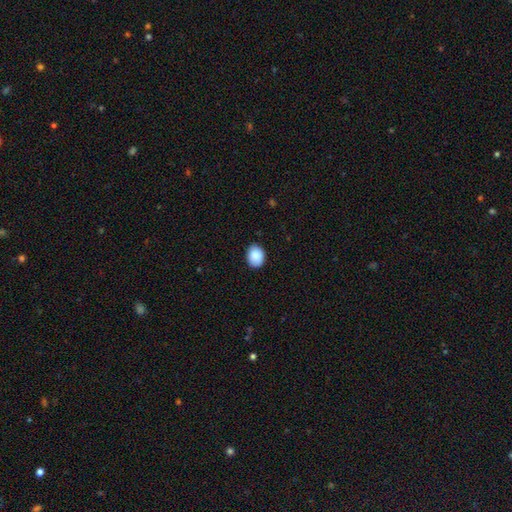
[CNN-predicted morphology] smooth-or-featured: smooth: 90% | star or artifact: 7% | featured or disk: 3%
  how-rounded: in between: 59% | round: 40% | cigar-shaped: 1%
  merging: none: 84% | minor disturbance: 12% | major disturbance: 2% | merger: 1%